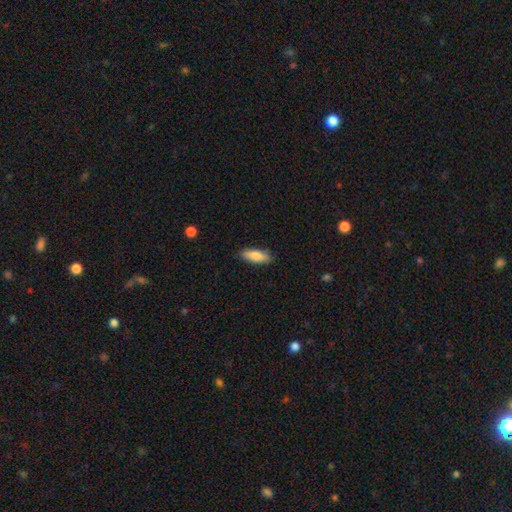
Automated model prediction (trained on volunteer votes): Smooth or featured? smooth (84%)
How rounded? in between (64%)
Merging? none (88%)